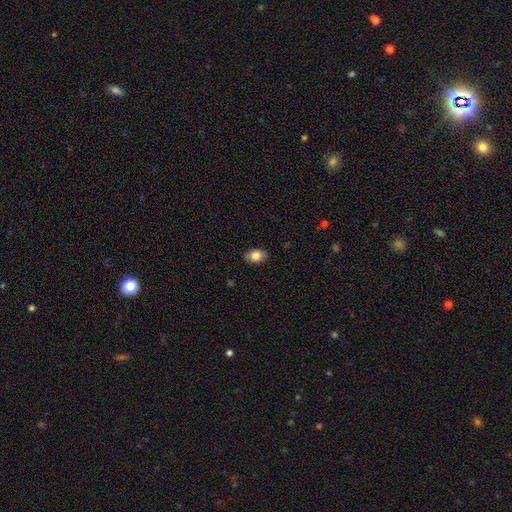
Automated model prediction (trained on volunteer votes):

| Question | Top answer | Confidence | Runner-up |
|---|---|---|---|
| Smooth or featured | smooth | 82% | featured or disk (10%) |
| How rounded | in between | 83% | round (15%) |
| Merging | none | 87% | minor disturbance (10%) |